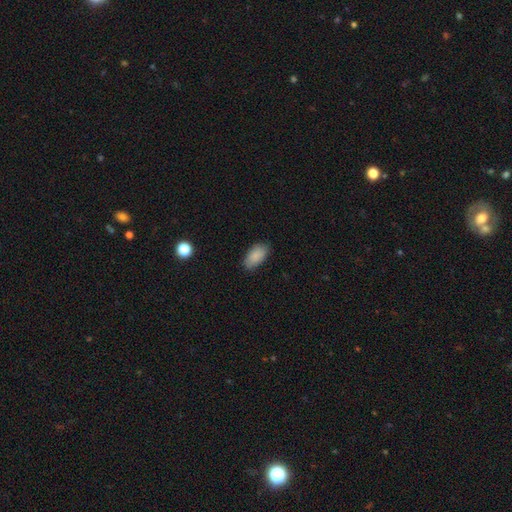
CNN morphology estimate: type=smooth (87%); roundness=in between (93%); merging=none (82%).